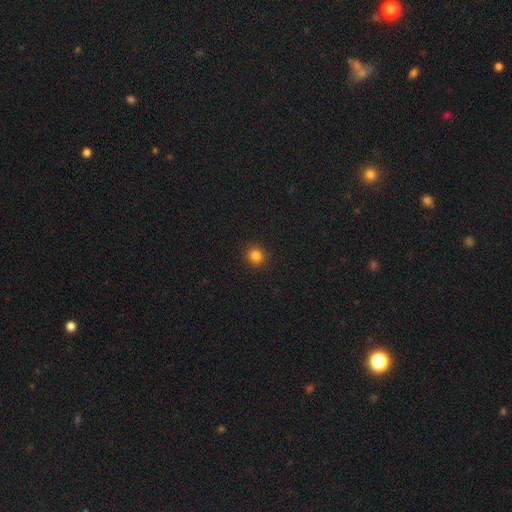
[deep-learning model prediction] A smooth galaxy with no disk features (83%) that is round (90%).

Vote fractions:
- Smooth or featured? smooth: 83% / star or artifact: 13% / featured or disk: 4%
- How rounded? round: 90% / in between: 9% / cigar-shaped: 1%
- Merging? none: 92% / minor disturbance: 5% / major disturbance: 2% / merger: 1%